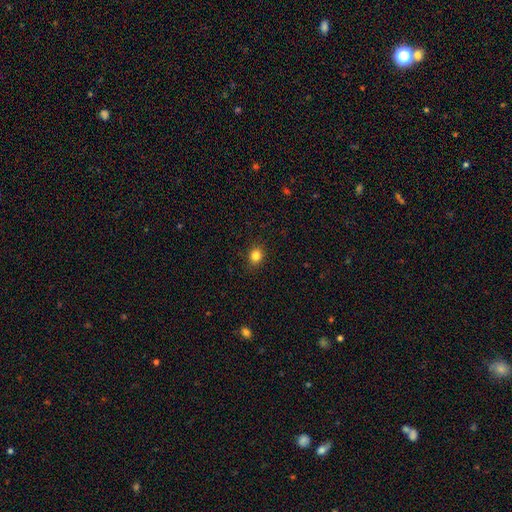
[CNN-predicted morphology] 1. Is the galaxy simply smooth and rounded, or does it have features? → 84% smooth, 11% star or artifact, 5% featured or disk.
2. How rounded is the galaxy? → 65% round, 34% in between, 1% cigar-shaped.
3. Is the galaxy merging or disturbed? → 89% none, 8% minor disturbance, 2% major disturbance, 1% merger.